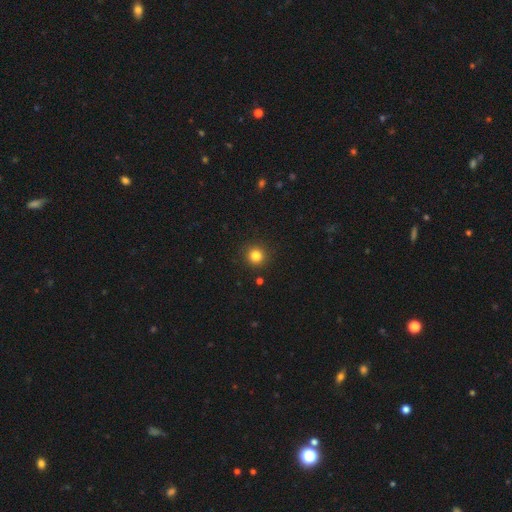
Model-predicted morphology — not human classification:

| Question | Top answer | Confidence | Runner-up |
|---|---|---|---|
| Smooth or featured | smooth | 83% | star or artifact (12%) |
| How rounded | round | 94% | in between (5%) |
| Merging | none | 91% | minor disturbance (6%) |